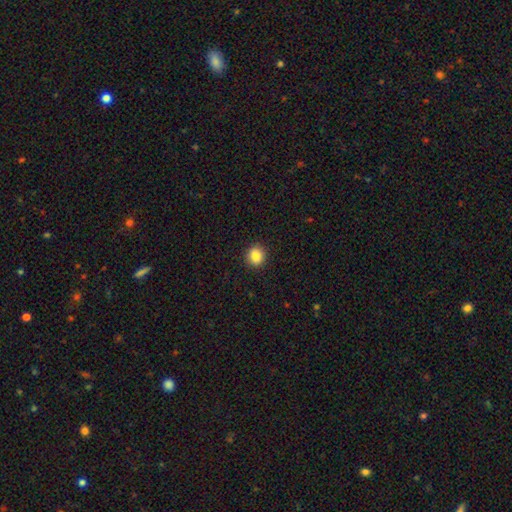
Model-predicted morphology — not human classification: Smooth or featured? smooth (86%)
How rounded? round (78%)
Merging? none (91%)